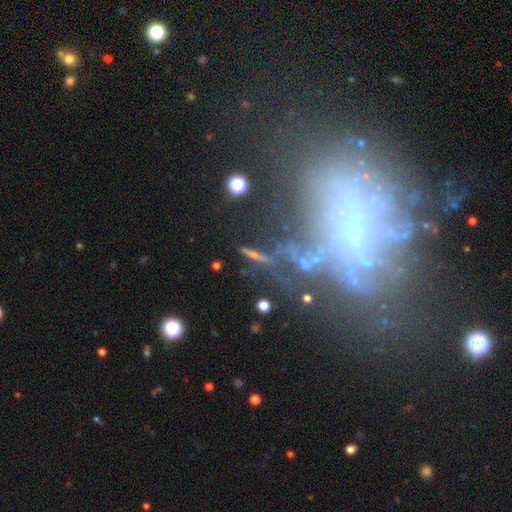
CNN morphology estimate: smooth-or-featured: featured or disk: 51% | star or artifact: 28% | smooth: 21%
  disk-edge-on: no: 75% | yes: 25%
  merging: none: 55% | major disturbance: 20% | minor disturbance: 16% | merger: 9%